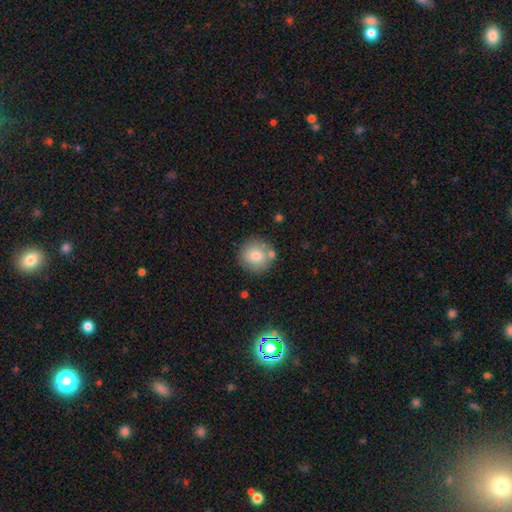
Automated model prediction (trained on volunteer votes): smooth 80%, featured or disk 11%, star or artifact 9%. Down the decision tree: how rounded — round (93%); merging — none (78%).